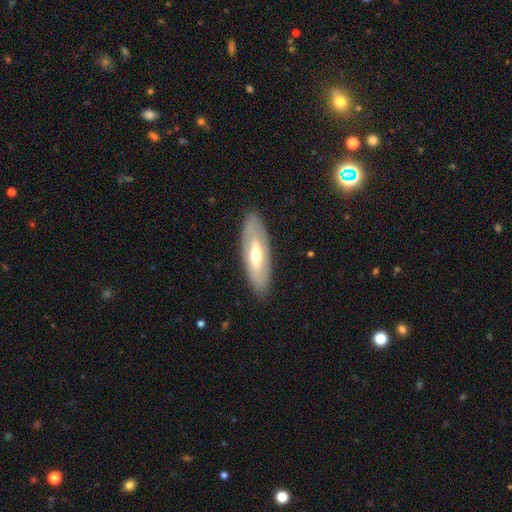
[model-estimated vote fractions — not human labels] A featured or disk galaxy (55%).

Vote fractions:
- Smooth or featured? featured or disk: 55% / smooth: 39% / star or artifact: 6%
- Edge-on disk? no: 67% / yes: 33%
- Merging? none: 87% / minor disturbance: 9% / major disturbance: 3% / merger: 1%